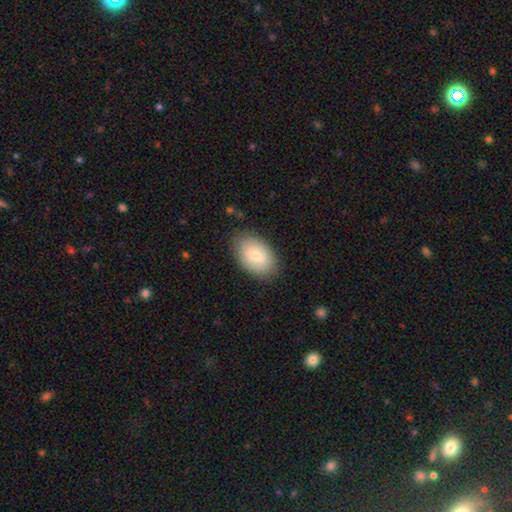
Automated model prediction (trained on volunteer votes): smooth-or-featured: smooth: 75% | featured or disk: 18% | star or artifact: 7%
  how-rounded: in between: 91% | round: 8% | cigar-shaped: 1%
  merging: none: 83% | minor disturbance: 12% | major disturbance: 3% | merger: 1%